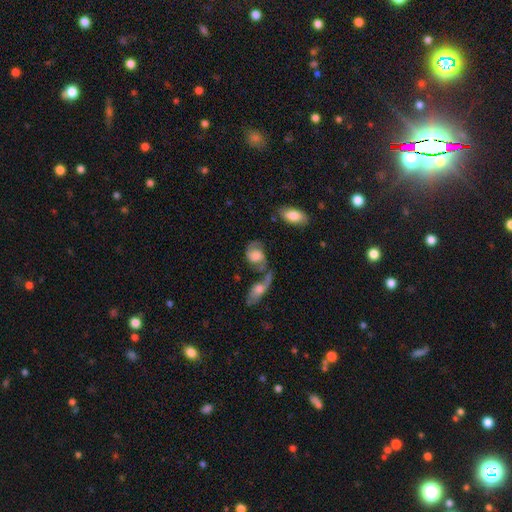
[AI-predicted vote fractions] Overall: featured or disk (74%). Edge-on disk: no (96%). Bar: no (64%; weak 30%). Spiral arms: yes (92%). Spiral arm count: 2 (85%). Spiral winding: medium (44%; loose 38%). Bulge size: large (40%; moderate 31%). Merging: merger (37%; none 34%).